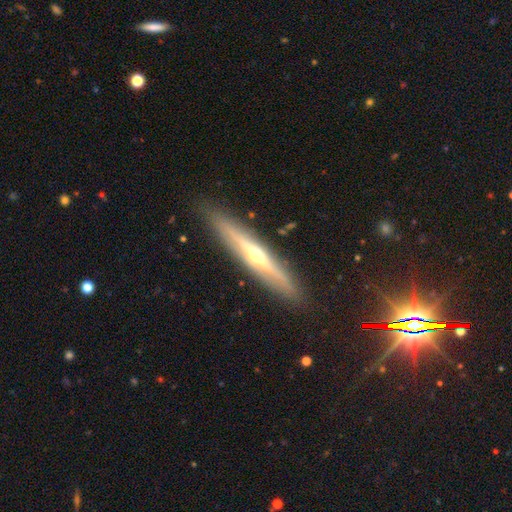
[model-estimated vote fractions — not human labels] A featured or disk galaxy (70%) viewed edge-on (93%) with a rounded central bulge (84%).

Vote fractions:
- Smooth or featured? featured or disk: 70% / smooth: 23% / star or artifact: 7%
- Edge-on disk? yes: 93% / no: 7%
- Edge-on bulge? rounded: 84% / none: 13% / boxy: 3%
- Merging? none: 88% / minor disturbance: 8% / major disturbance: 2% / merger: 1%